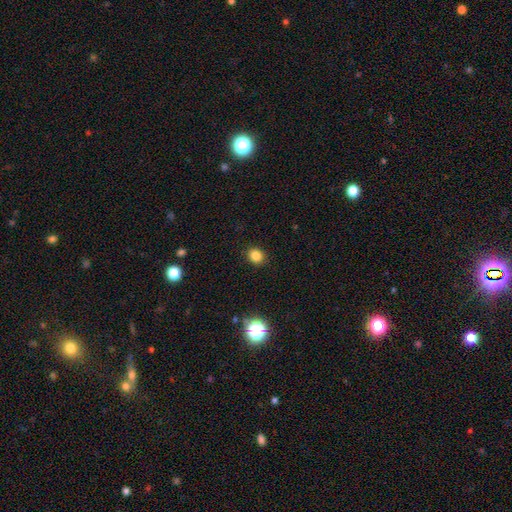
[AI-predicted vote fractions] This appears to be a smooth galaxy with no disk features (83%) that is round (76%). Merging: none (91%).